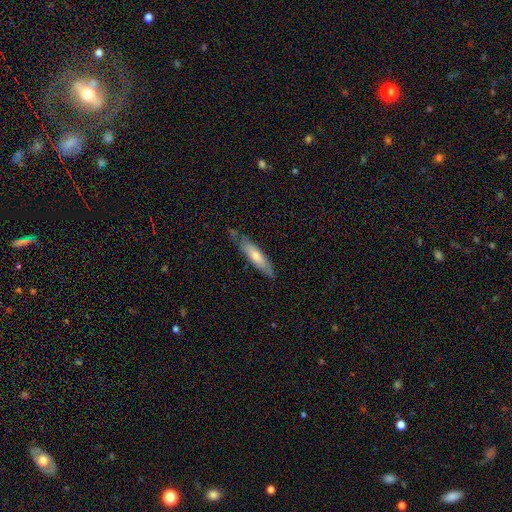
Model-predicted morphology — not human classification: smooth_or_featured: smooth (p=0.60) [alt: featured or disk p=0.34]
how_rounded: cigar-shaped (p=0.75) [alt: in between p=0.23]
merging: none (p=0.76) [alt: minor disturbance p=0.19]